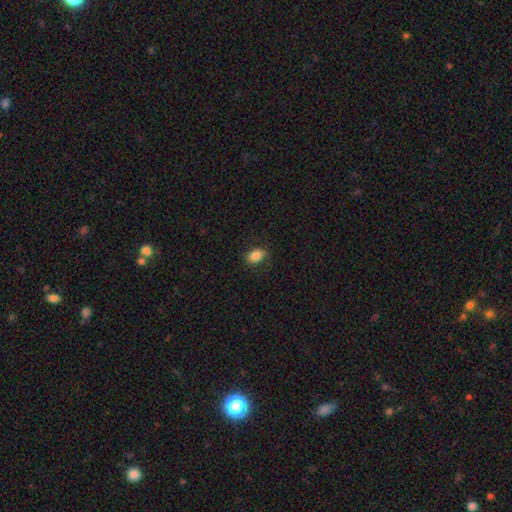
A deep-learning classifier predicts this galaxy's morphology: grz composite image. It shows a smooth galaxy with no disk features (83%) that is in between round and cigar-shaped (82%). Merging: none (83%).